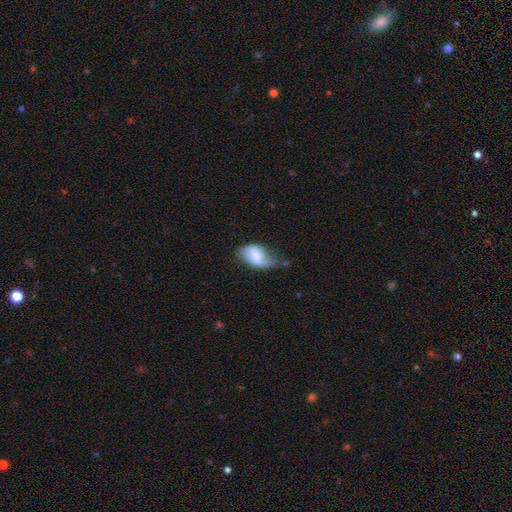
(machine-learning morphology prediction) This appears to be a smooth galaxy with no disk features (50%). Merging: none (41%).